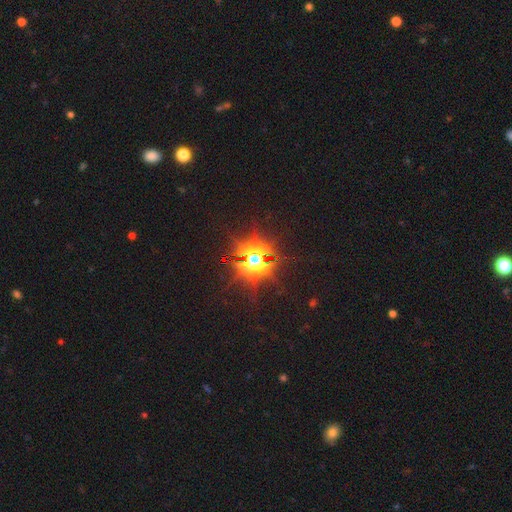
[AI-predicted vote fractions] Smooth or featured: star or artifact — 72% (smooth — 18%)